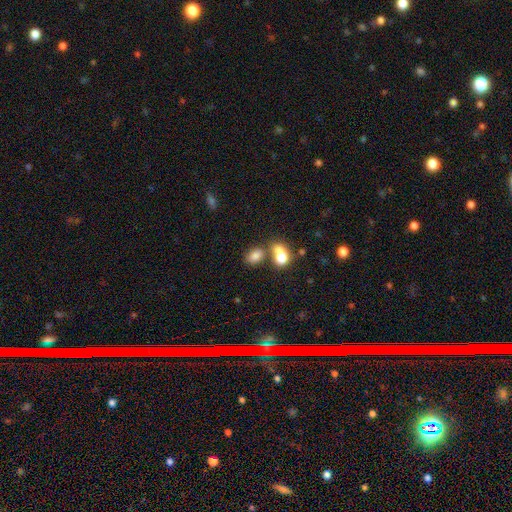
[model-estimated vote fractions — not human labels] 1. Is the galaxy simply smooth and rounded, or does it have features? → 80% smooth, 11% star or artifact, 10% featured or disk.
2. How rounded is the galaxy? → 78% in between, 20% round, 2% cigar-shaped.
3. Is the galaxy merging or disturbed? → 43% none, 41% merger, 11% minor disturbance, 5% major disturbance.